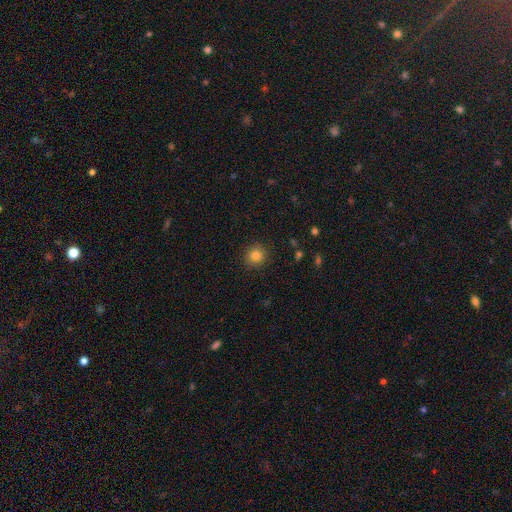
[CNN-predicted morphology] Smooth or featured? smooth (81%)
How rounded? round (92%)
Merging? none (91%)